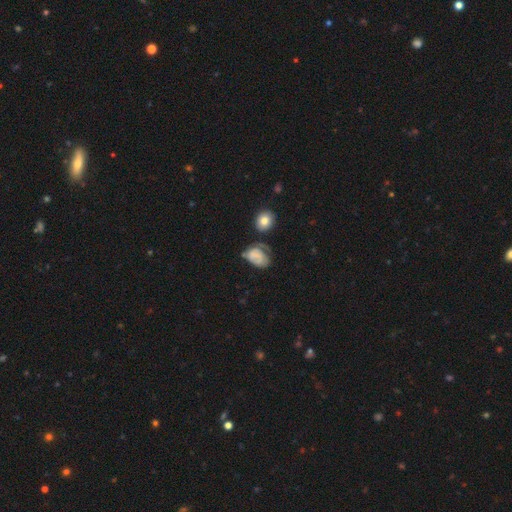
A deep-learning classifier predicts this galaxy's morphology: smooth 47%, featured or disk 42%, star or artifact 11%. Down the decision tree: merging — none (36%).